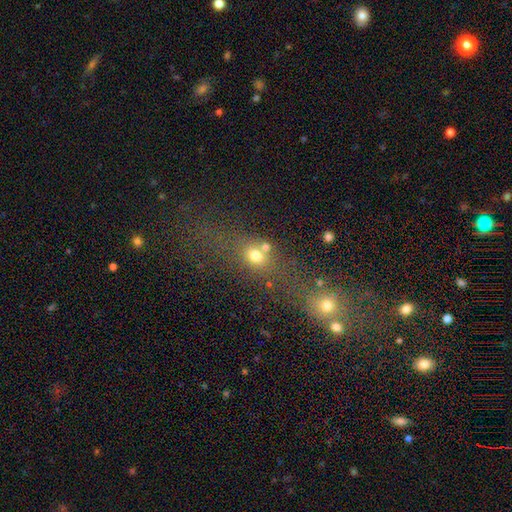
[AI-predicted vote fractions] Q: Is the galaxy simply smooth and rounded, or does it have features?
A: smooth — 65%.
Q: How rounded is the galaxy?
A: round — 50%.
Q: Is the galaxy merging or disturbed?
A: none — 46%.